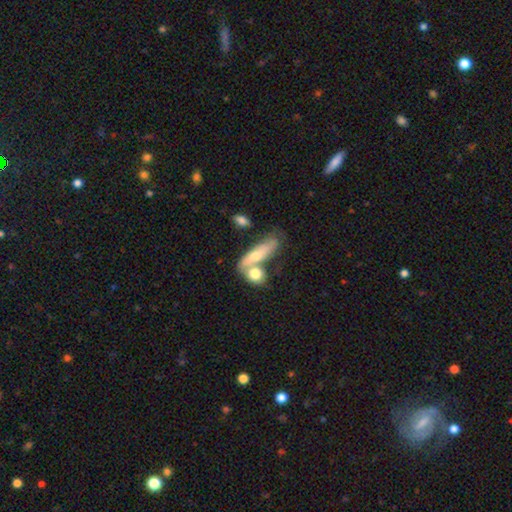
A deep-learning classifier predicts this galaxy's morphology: A smooth galaxy with no disk features (60%) that is in between round and cigar-shaped (49%). Merging: merger (43%).